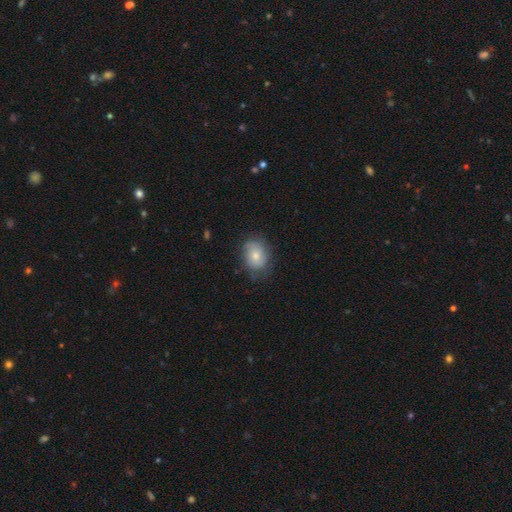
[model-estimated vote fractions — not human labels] Smooth or featured?
  - smooth: 71% *
  - featured or disk: 21%
  - star or artifact: 8%
How rounded?
  - in between: 58% *
  - round: 41%
  - cigar-shaped: 1%
Merging?
  - none: 67% *
  - minor disturbance: 24%
  - major disturbance: 7%
  - merger: 1%